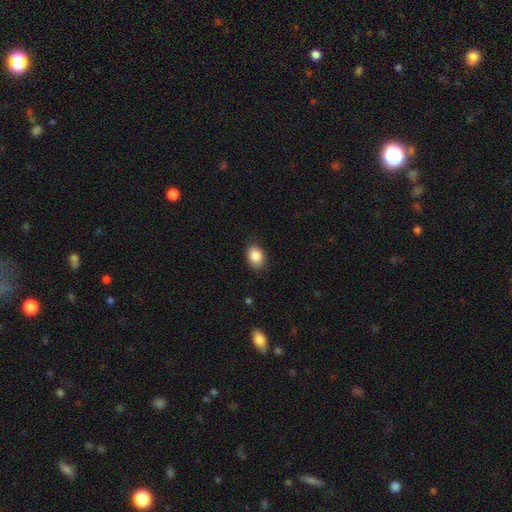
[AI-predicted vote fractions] Smooth or featured? smooth (88%)
How rounded? in between (78%)
Merging? none (84%)